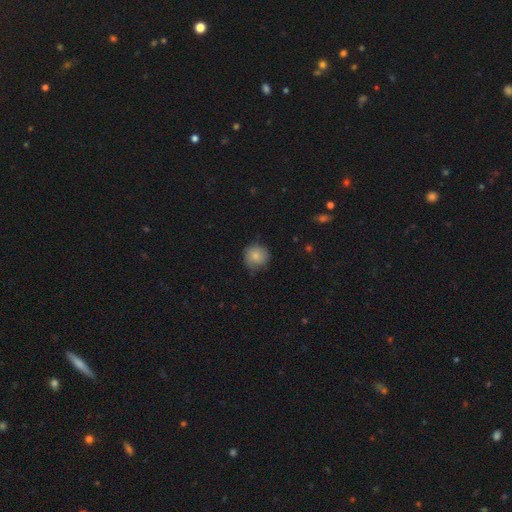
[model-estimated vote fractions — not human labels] Q: Smooth or featured?
A: smooth (79%); runner-up: featured or disk (13%)
Q: How rounded?
A: round (92%); runner-up: in between (7%)
Q: Merging?
A: none (78%); runner-up: minor disturbance (17%)